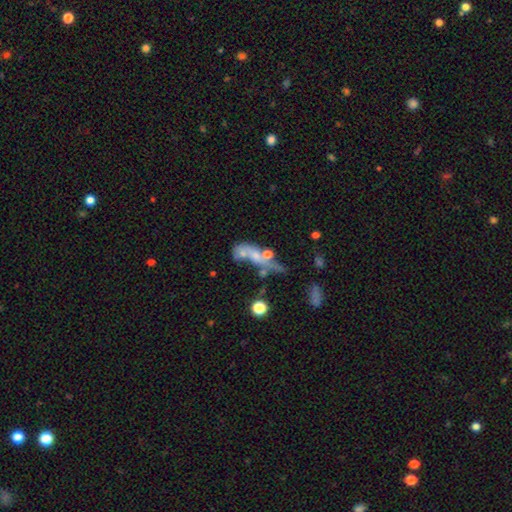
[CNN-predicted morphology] type=smooth (43%); merging=merger (49%).